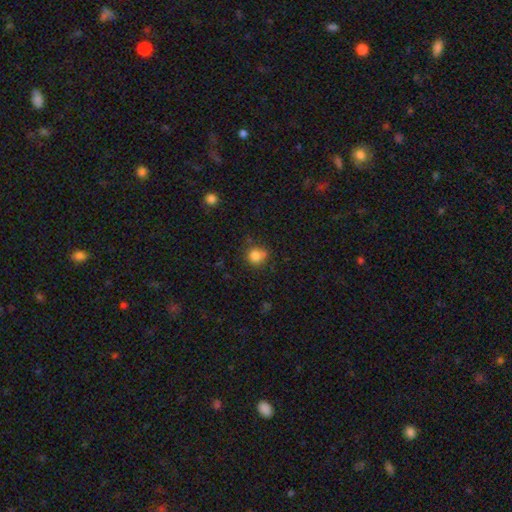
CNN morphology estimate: A smooth galaxy with no disk features (82%) that is round (83%).

Vote fractions:
- Smooth or featured? smooth: 82% / star or artifact: 11% / featured or disk: 7%
- How rounded? round: 83% / in between: 16% / cigar-shaped: 1%
- Merging? none: 63% / minor disturbance: 22% / merger: 8% / major disturbance: 7%